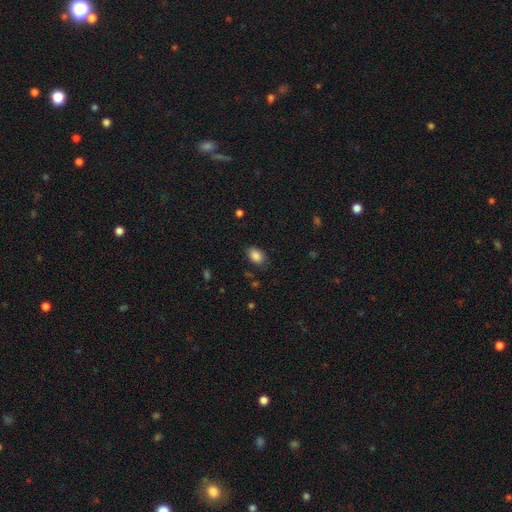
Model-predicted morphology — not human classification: A smooth galaxy with no disk features (87%) that is in between round and cigar-shaped (84%).

Vote fractions:
- Smooth or featured? smooth: 87% / star or artifact: 8% / featured or disk: 5%
- How rounded? in between: 84% / round: 15% / cigar-shaped: 1%
- Merging? none: 78% / minor disturbance: 16% / major disturbance: 4% / merger: 1%